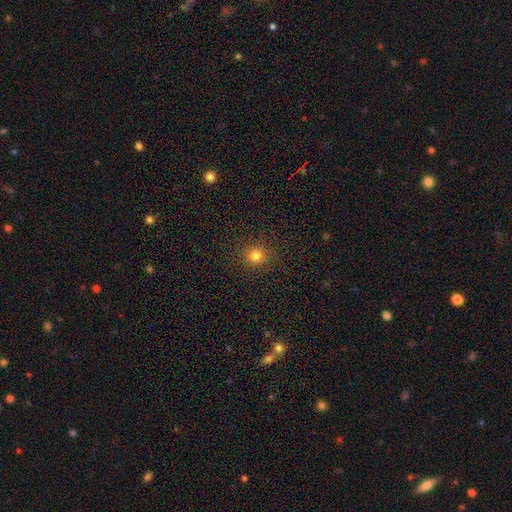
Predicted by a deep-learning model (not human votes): A smooth galaxy with no disk features (80%) that is round (90%).

Vote fractions:
- Smooth or featured? smooth: 80% / star or artifact: 15% / featured or disk: 5%
- How rounded? round: 90% / in between: 9% / cigar-shaped: 1%
- Merging? none: 89% / minor disturbance: 7% / major disturbance: 3% / merger: 1%